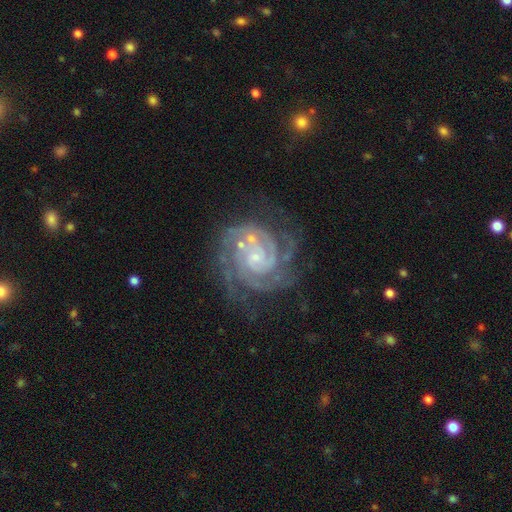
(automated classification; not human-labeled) Smooth or featured? Predicted: featured or disk (p=0.91). Edge-on disk? Predicted: no (p=0.98). Bar? Predicted: no (p=0.65). Spiral arms? Predicted: yes (p=0.98). Spiral winding? Predicted: tight (p=0.77). Spiral arm count? Predicted: 3 (p=0.28). Bulge size? Predicted: small (p=0.81). Merging? Predicted: none (p=0.69).